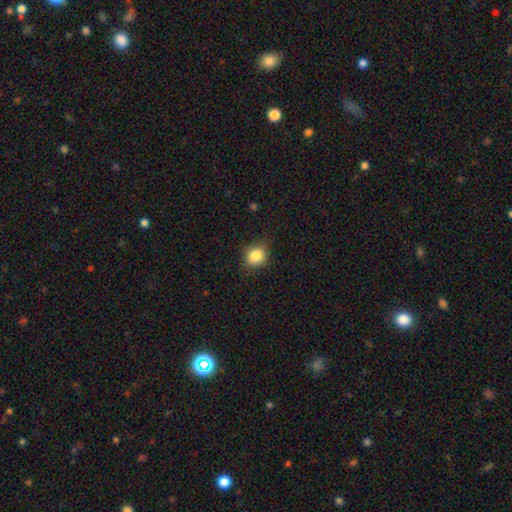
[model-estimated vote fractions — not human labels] This is clearly a smooth galaxy (84%). How rounded: likely round (69%). Merging: clearly none (82%).